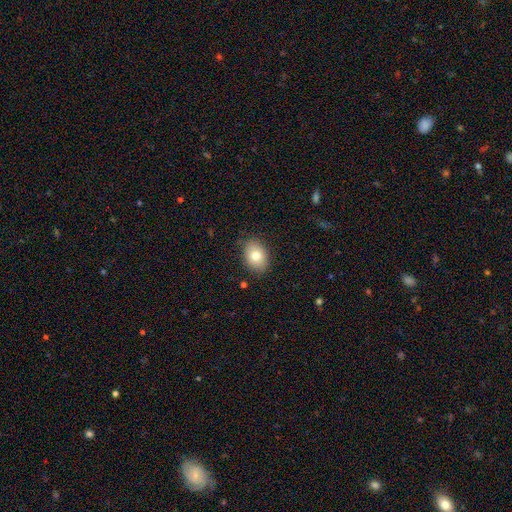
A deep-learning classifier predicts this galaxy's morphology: Overall: smooth (79%). How rounded: in between (73%). Merging: none (85%).